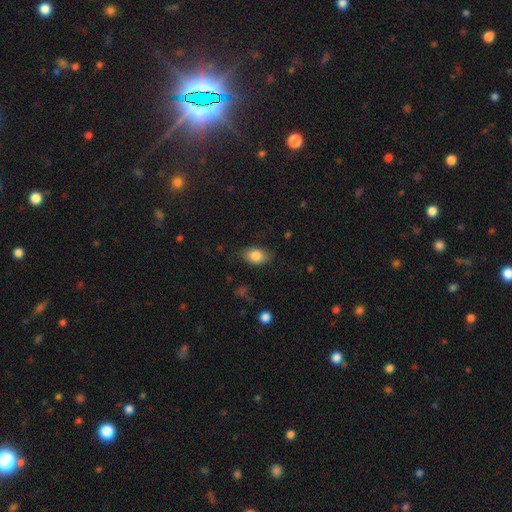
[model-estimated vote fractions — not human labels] Smooth or featured? Predicted: smooth (p=0.83). How rounded? Predicted: in between (p=0.84). Merging? Predicted: none (p=0.77).